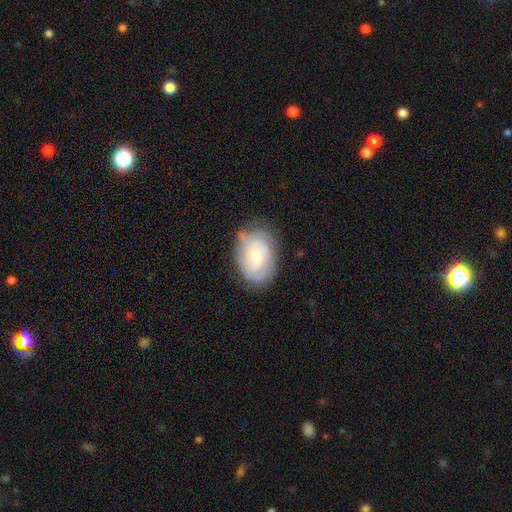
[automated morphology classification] Smooth or featured?
  - featured or disk: 64% *
  - smooth: 28%
  - star or artifact: 7%
Edge-on disk?
  - no: 96% *
  - yes: 4%
Bar?
  - no: 64% *
  - weak: 31%
  - strong: 5%
Spiral arms?
  - yes: 87% *
  - no: 13%
Spiral winding?
  - tight: 63% *
  - medium: 29%
  - loose: 8%
Spiral arm count?
  - can't tell: 46% *
  - 2: 26%
  - 3: 15%
  - 4: 6%
  - 1: 4%
  - more than 4: 3%
Bulge size?
  - small: 52% *
  - moderate: 40%
  - large: 4%
  - none: 3%
  - dominant: 1%
Merging?
  - none: 69% *
  - minor disturbance: 22%
  - major disturbance: 7%
  - merger: 1%